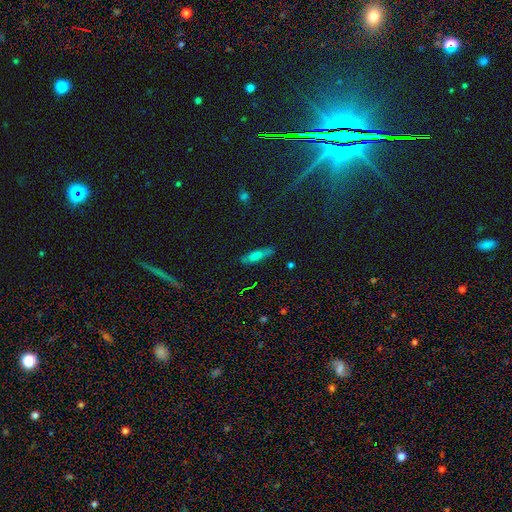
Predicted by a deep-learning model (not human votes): Smooth or featured? Predicted: smooth (p=0.65). How rounded? Predicted: cigar-shaped (p=0.64). Merging? Predicted: none (p=0.83).